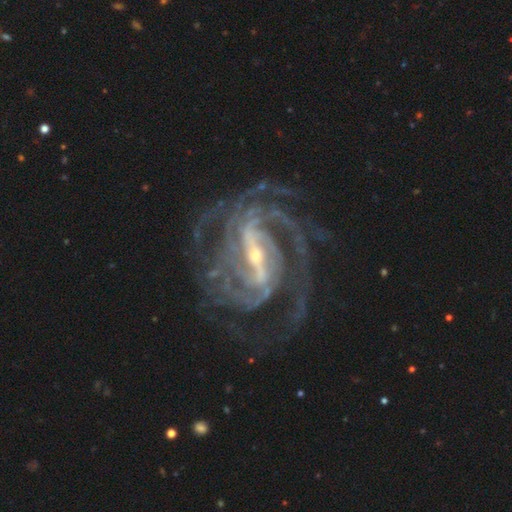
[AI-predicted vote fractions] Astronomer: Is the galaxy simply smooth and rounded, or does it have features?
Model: featured or disk — 94%.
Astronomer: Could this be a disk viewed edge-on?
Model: no — 97%.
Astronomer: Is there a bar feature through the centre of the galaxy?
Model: strong — 70%.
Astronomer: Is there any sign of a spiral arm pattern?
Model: yes — 99%.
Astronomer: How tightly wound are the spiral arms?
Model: tight — 52% (runner-up: medium, 39%).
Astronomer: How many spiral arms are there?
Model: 4 — 27% (runner-up: 2, 19%).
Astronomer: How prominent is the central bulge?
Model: small — 72%.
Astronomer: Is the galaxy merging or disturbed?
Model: none — 67%.